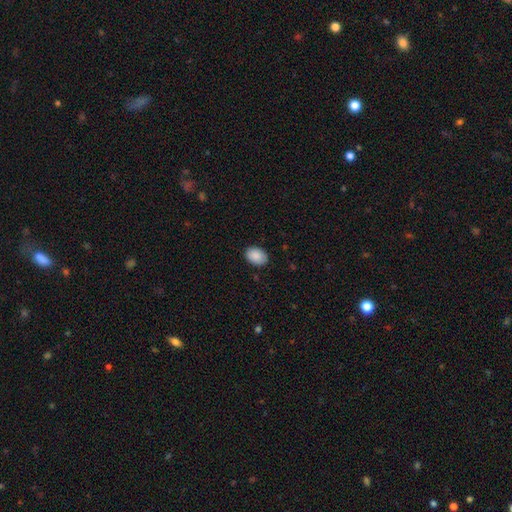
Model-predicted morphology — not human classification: smooth_or_featured: smooth (p=0.90) [alt: star or artifact p=0.07]
how_rounded: in between (p=0.80) [alt: round p=0.19]
merging: none (p=0.86) [alt: minor disturbance p=0.11]